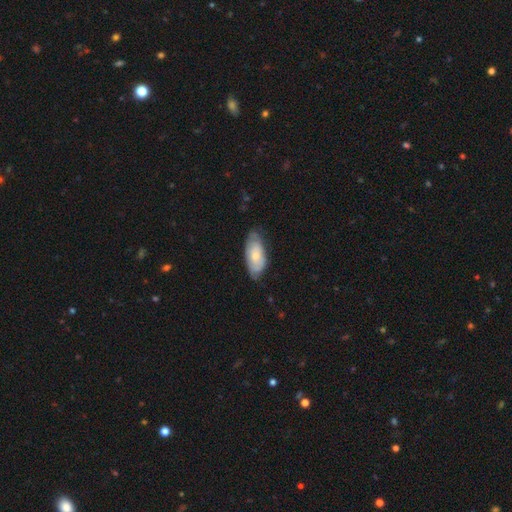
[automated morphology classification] This is possibly a smooth galaxy (59%). How rounded: clearly in between (88%). Merging: likely none (63%).